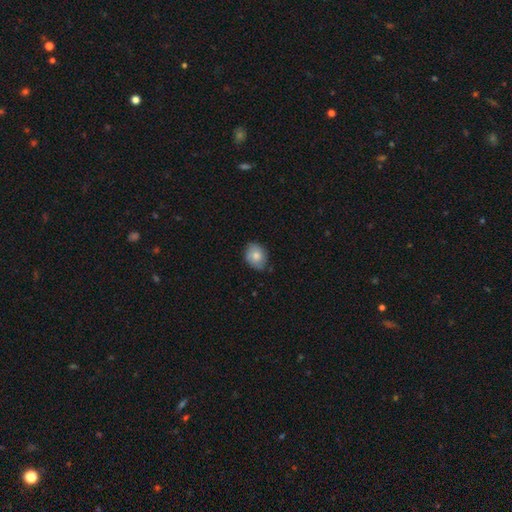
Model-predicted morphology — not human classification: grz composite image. It shows a smooth galaxy with no disk features (75%) that is in between round and cigar-shaped (58%). Merging: none (75%).